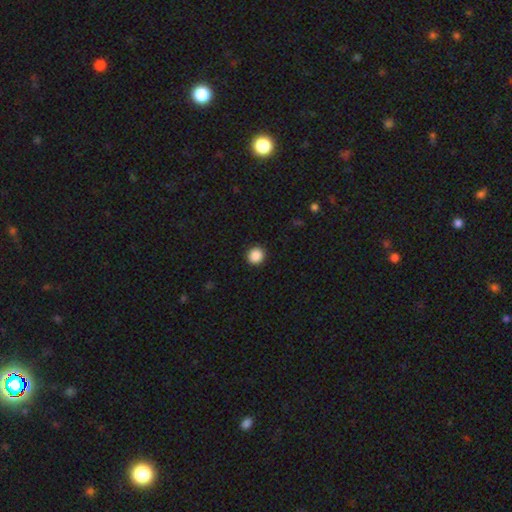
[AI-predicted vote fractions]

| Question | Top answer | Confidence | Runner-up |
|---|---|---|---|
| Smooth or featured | smooth | 88% | star or artifact (9%) |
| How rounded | round | 92% | in between (7%) |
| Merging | none | 93% | minor disturbance (5%) |